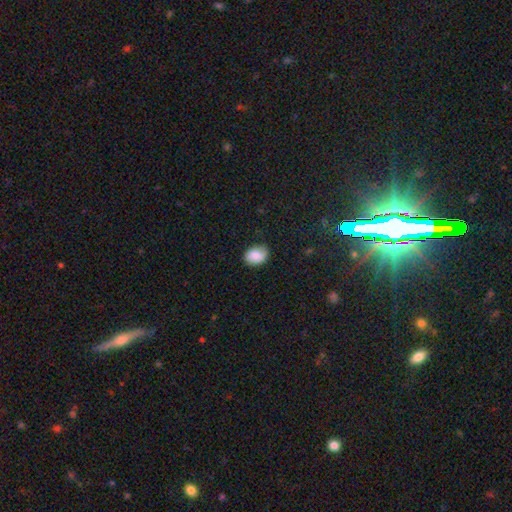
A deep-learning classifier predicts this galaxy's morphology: The model was most divided on "how rounded": in between: 67%, round: 32%, cigar-shaped: 1%. More confident: smooth or featured — smooth (83%); merging — none (79%).